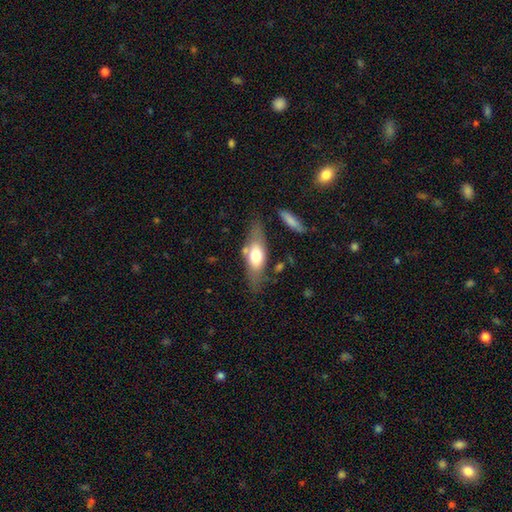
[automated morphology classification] Smooth or featured?
  - smooth: 59% *
  - featured or disk: 34%
  - star or artifact: 6%
How rounded?
  - in between: 63% *
  - cigar-shaped: 34%
  - round: 3%
Merging?
  - none: 68% *
  - minor disturbance: 19%
  - merger: 7%
  - major disturbance: 6%